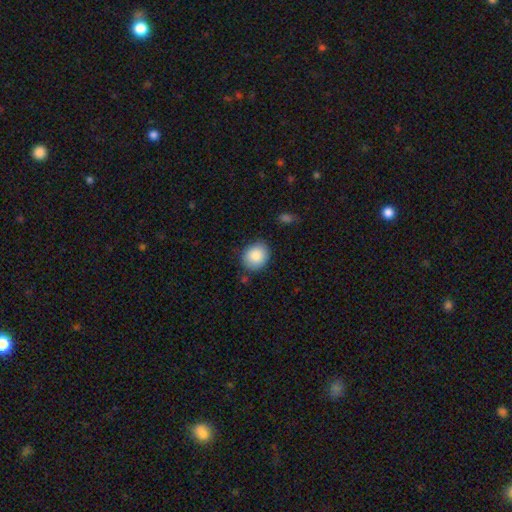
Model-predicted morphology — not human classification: This appears to be a smooth galaxy with no disk features (88%) that is round (64%). Merging: none (81%).